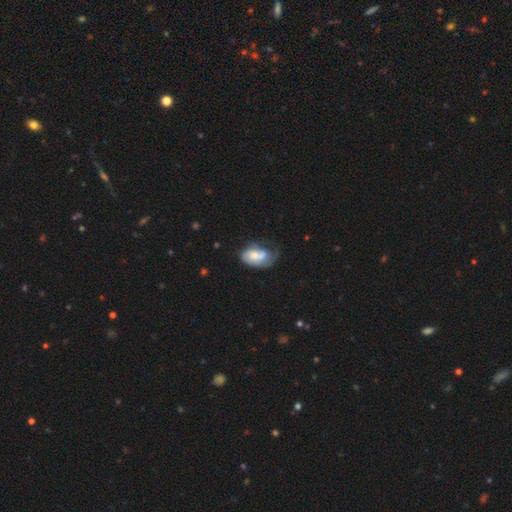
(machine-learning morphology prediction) Smooth or featured? Predicted: smooth (p=0.49). Merging? Predicted: minor disturbance (p=0.31).